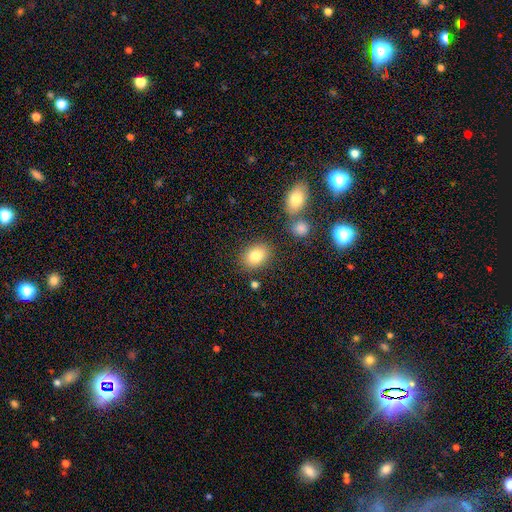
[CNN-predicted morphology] smooth-or-featured: smooth: 81% | star or artifact: 10% | featured or disk: 9%
  how-rounded: in between: 63% | round: 35% | cigar-shaped: 1%
  merging: none: 80% | minor disturbance: 11% | merger: 5% | major disturbance: 3%